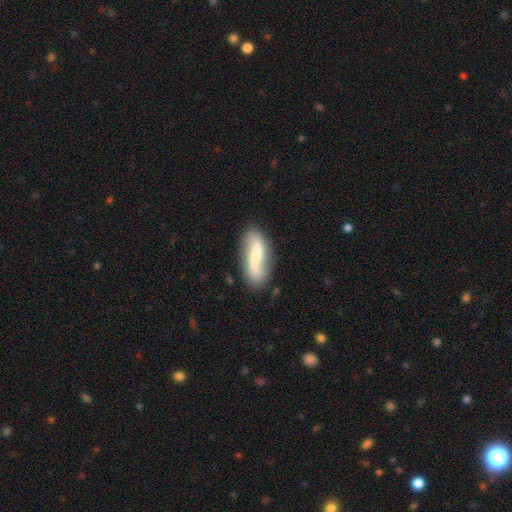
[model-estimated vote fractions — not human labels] A featured or disk galaxy (50%). Merging: none (76%).